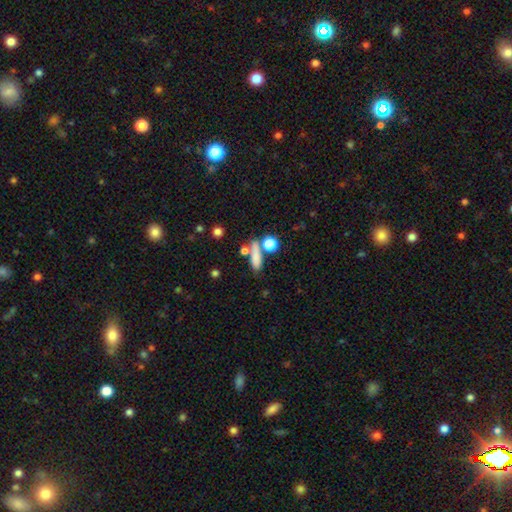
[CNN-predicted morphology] smooth-or-featured: smooth: 74% | star or artifact: 13% | featured or disk: 13%
  how-rounded: cigar-shaped: 50% | in between: 39% | round: 12%
  merging: none: 61% | merger: 18% | minor disturbance: 15% | major disturbance: 7%